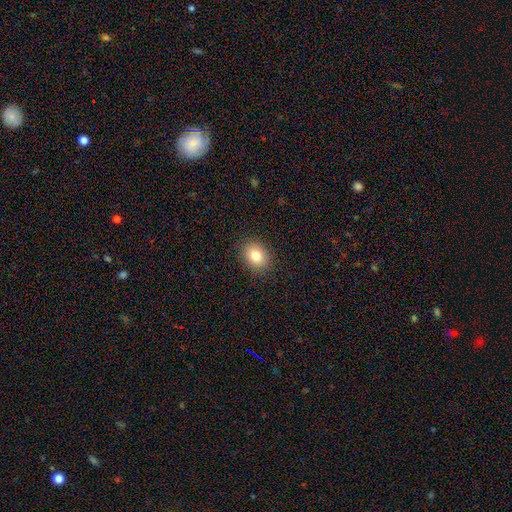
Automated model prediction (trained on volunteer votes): Morphology: type=smooth (81%); roundness=in between (54%); merging=none (89%).